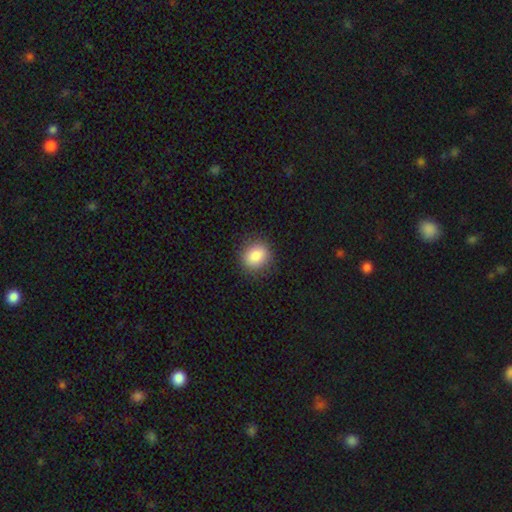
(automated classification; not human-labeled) The model was most divided on "how rounded": round: 70%, in between: 29%, cigar-shaped: 1%. More confident: merging — none (88%); smooth or featured — smooth (86%).